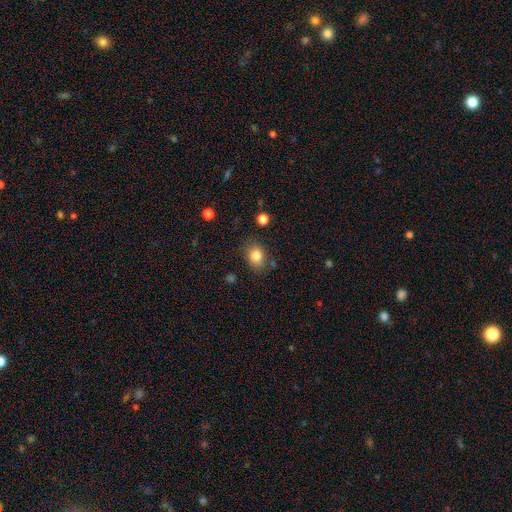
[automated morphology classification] A smooth galaxy with no disk features (82%) that is in between round and cigar-shaped (59%).

Vote fractions:
- Smooth or featured? smooth: 82% / star or artifact: 10% / featured or disk: 8%
- How rounded? in between: 59% / round: 40% / cigar-shaped: 1%
- Merging? none: 79% / minor disturbance: 15% / major disturbance: 4% / merger: 3%